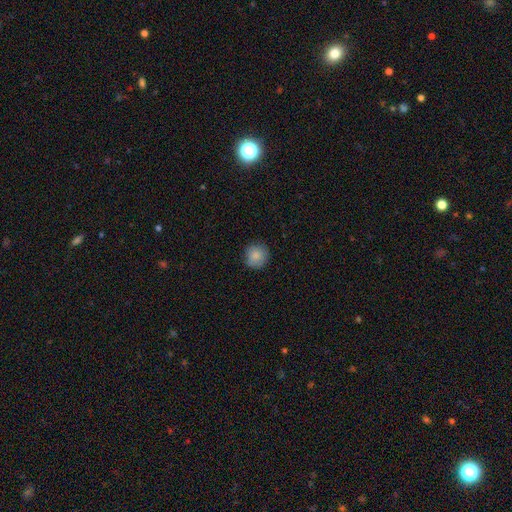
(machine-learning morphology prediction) The model was most divided on "merging": none: 83%, minor disturbance: 13%, major disturbance: 3%, merger: 1%. More confident: how rounded — round (92%); smooth or featured — smooth (87%).